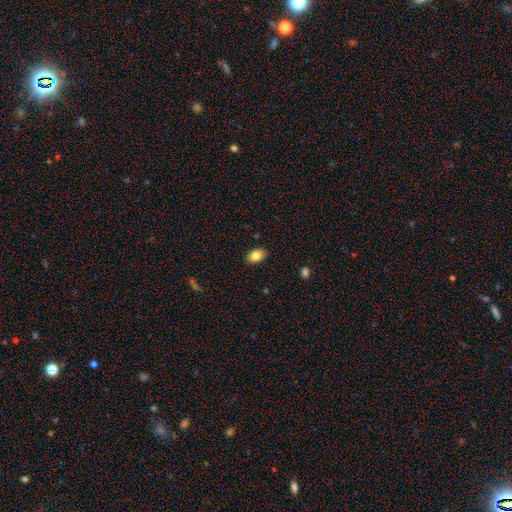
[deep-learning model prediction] The model was most divided on "smooth or featured": smooth: 83%, featured or disk: 9%, star or artifact: 8%. More confident: merging — none (88%); how rounded — in between (87%).